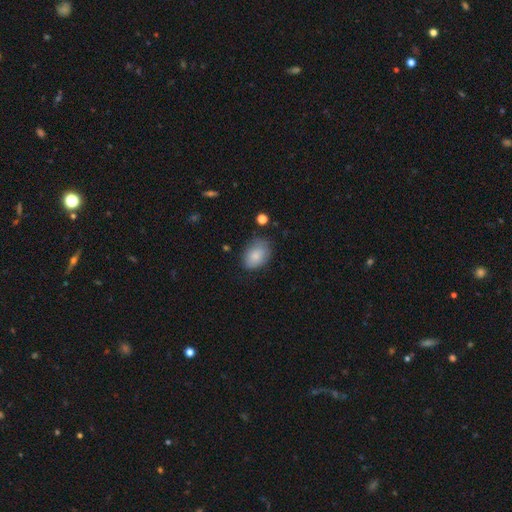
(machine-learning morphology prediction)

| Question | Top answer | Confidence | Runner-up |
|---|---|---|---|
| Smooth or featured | smooth | 83% | featured or disk (10%) |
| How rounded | in between | 82% | round (17%) |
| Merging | none | 70% | minor disturbance (23%) |